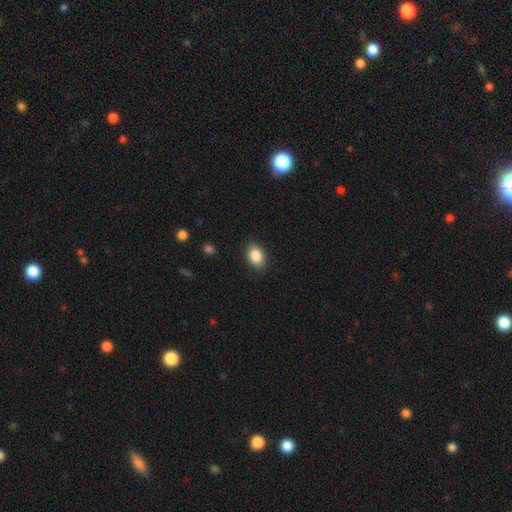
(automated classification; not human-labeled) Smooth or featured? smooth (87%)
How rounded? in between (79%)
Merging? none (87%)